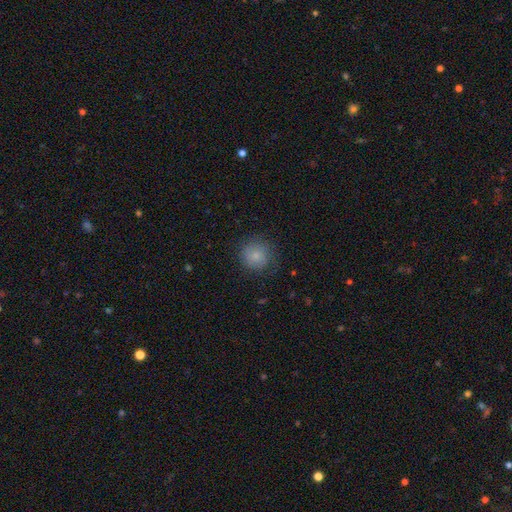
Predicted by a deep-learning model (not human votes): A smooth galaxy with no disk features (81%) that is round (91%).

Vote fractions:
- Smooth or featured? smooth: 81% / featured or disk: 10% / star or artifact: 9%
- How rounded? round: 91% / in between: 8% / cigar-shaped: 1%
- Merging? none: 77% / minor disturbance: 17% / major disturbance: 6% / merger: 1%